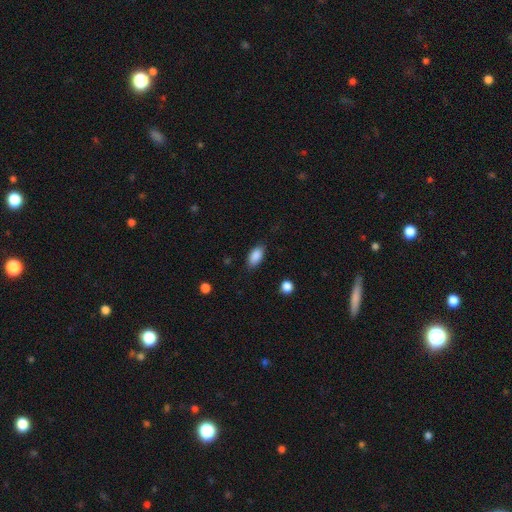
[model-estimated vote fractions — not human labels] Q: Smooth or featured?
A: smooth (88%); runner-up: star or artifact (7%)
Q: How rounded?
A: in between (92%); runner-up: round (4%)
Q: Merging?
A: none (82%); runner-up: minor disturbance (13%)